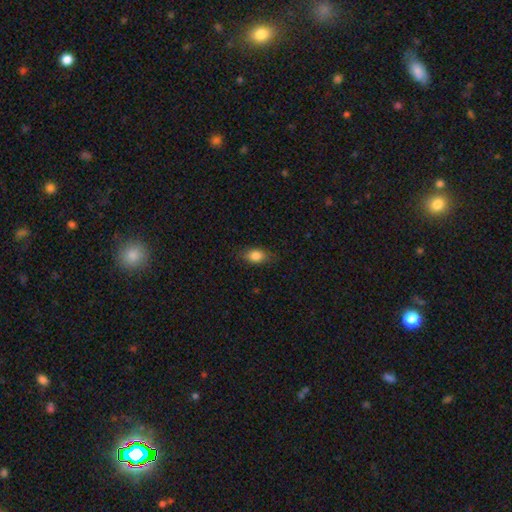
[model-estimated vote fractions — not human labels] This appears to be a smooth galaxy with no disk features (84%) that is in between round and cigar-shaped (81%). Merging: none (80%).